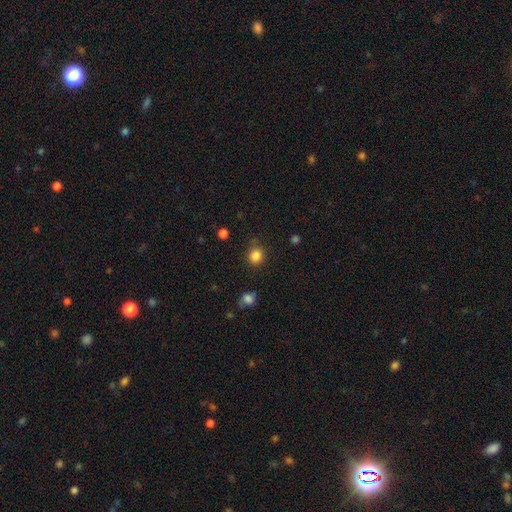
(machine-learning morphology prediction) Smooth or featured: smooth — 85% (star or artifact — 12%)
How rounded: round — 86% (in between — 13%)
Merging: none — 82% (minor disturbance — 12%)